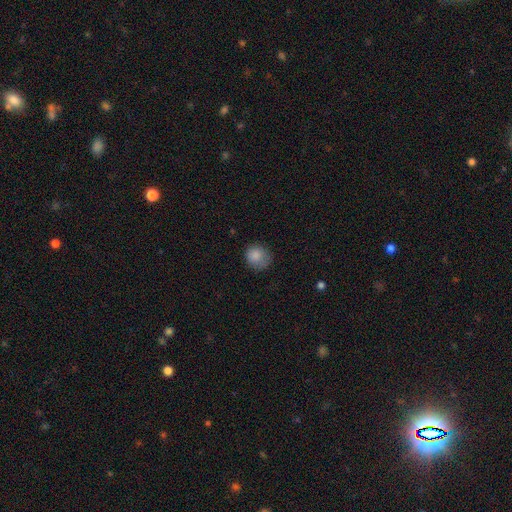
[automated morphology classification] This appears to be a smooth galaxy with no disk features (85%) that is round (84%). Merging: none (70%).